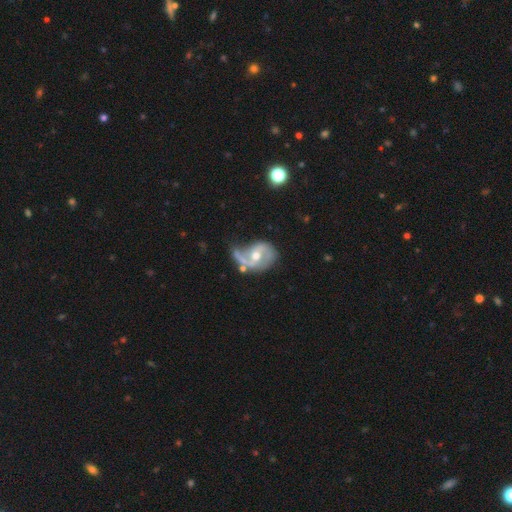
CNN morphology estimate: Smooth or featured? Predicted: featured or disk (p=0.83). Edge-on disk? Predicted: no (p=0.97). Bar? Predicted: no (p=0.46). Spiral arms? Predicted: yes (p=0.91). Spiral winding? Predicted: loose (p=0.47). Spiral arm count? Predicted: 2 (p=0.70). Bulge size? Predicted: moderate (p=0.68). Merging? Predicted: none (p=0.37).